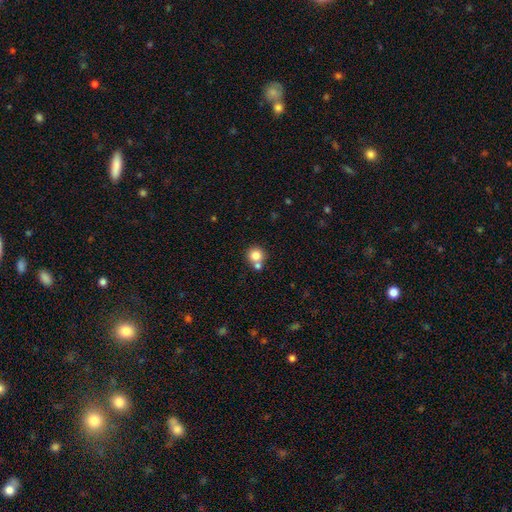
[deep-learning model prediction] smooth 82%, star or artifact 11%, featured or disk 7%. Down the decision tree: how rounded — round (92%); merging — none (61%).